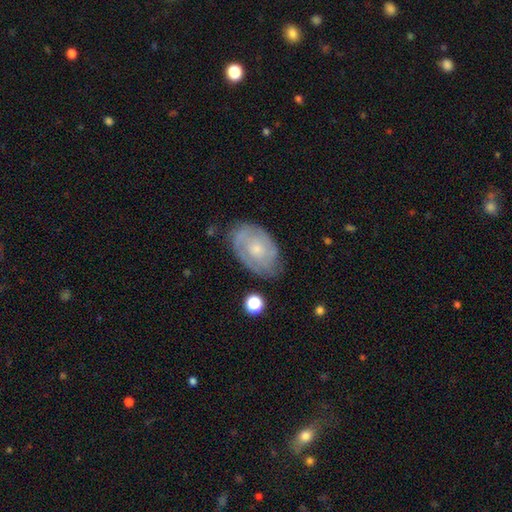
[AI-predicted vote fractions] Smooth or featured?
  - featured or disk: 65% *
  - smooth: 23%
  - star or artifact: 12%
Edge-on disk?
  - no: 94% *
  - yes: 6%
Bar?
  - no: 75% *
  - weak: 21%
  - strong: 5%
Spiral arms?
  - yes: 76% *
  - no: 24%
Bulge size?
  - small: 49% *
  - moderate: 45%
  - large: 3%
  - none: 2%
  - dominant: 1%
Merging?
  - none: 78% *
  - minor disturbance: 15%
  - major disturbance: 4%
  - merger: 2%